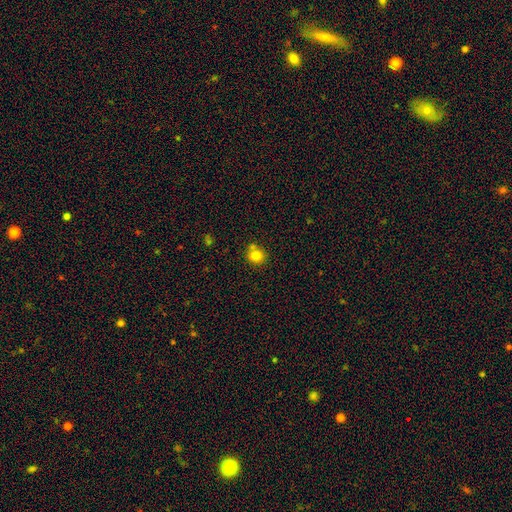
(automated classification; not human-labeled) Smooth or featured? smooth (81%)
How rounded? round (89%)
Merging? none (67%)